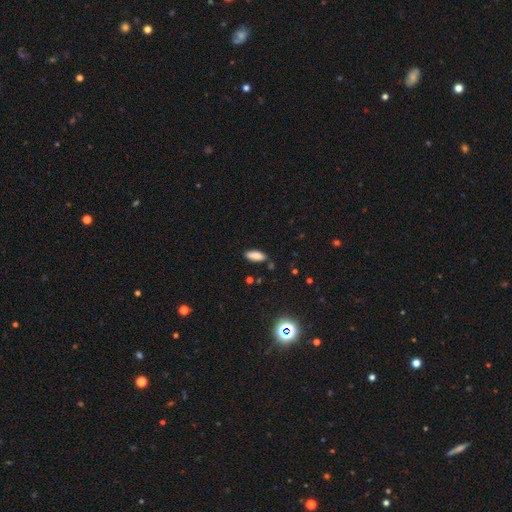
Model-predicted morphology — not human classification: Overall: smooth (84%). How rounded: in between (76%). Merging: none (83%).